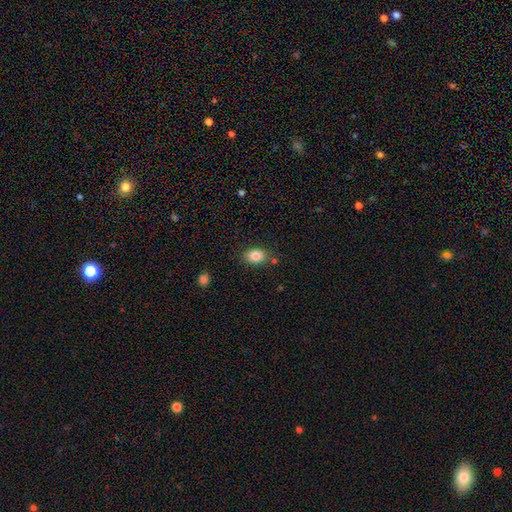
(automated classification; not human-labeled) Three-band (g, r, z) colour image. It shows a smooth galaxy with no disk features (84%) that is in between round and cigar-shaped (73%). Merging: none (80%).